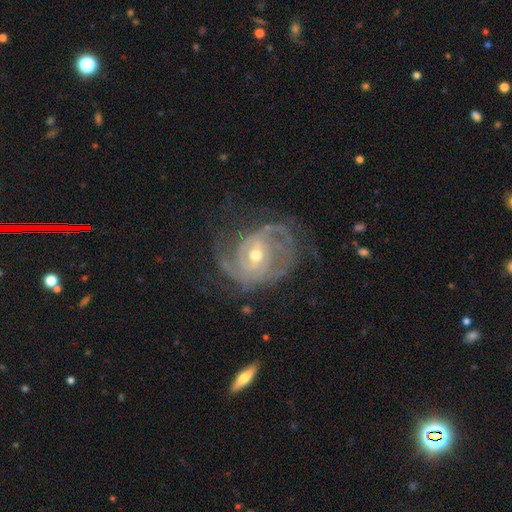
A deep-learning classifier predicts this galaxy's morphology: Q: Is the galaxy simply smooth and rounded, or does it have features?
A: featured or disk — 89%.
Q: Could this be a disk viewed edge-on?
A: no — 97%.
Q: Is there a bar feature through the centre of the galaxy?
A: no — 52%.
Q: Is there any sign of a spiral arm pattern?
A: yes — 95%.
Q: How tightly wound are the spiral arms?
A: tight — 62%.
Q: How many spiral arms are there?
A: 2 — 29%.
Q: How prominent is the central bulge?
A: moderate — 60%.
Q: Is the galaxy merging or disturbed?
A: none — 57%.